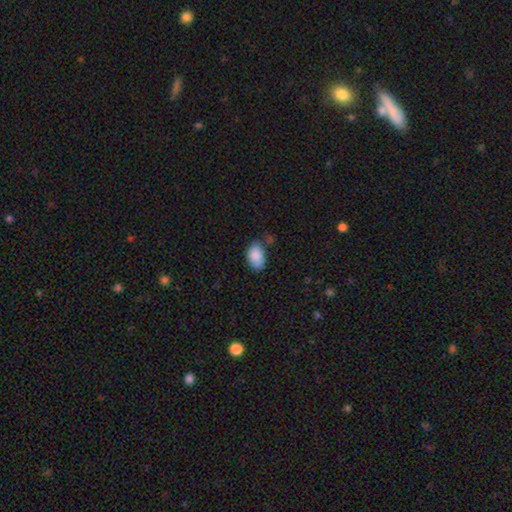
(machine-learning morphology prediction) Smooth or featured? Predicted: smooth (p=0.88). How rounded? Predicted: in between (p=0.91). Merging? Predicted: none (p=0.64).